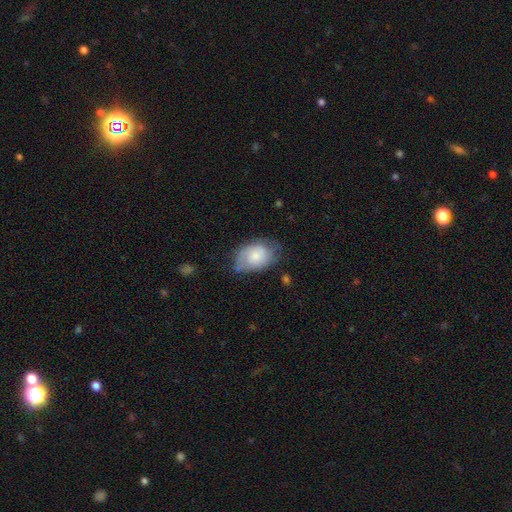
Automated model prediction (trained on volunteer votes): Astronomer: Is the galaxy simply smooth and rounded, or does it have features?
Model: smooth — 51% (runner-up: featured or disk, 41%).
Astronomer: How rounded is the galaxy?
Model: in between — 82%.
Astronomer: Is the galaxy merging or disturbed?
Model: none — 54% (runner-up: minor disturbance, 31%).